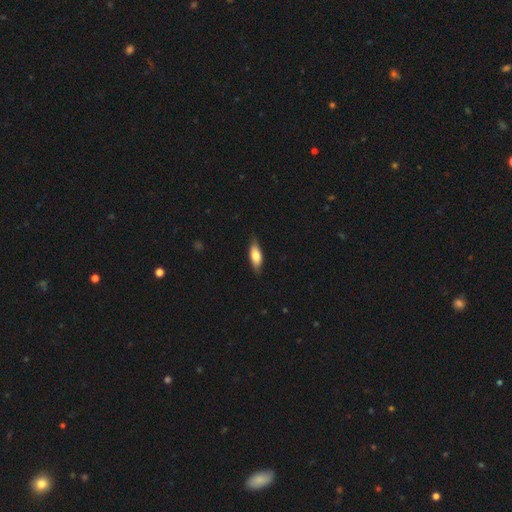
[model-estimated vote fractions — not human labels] Smooth or featured? smooth (76%)
How rounded? in between (70%)
Merging? none (82%)